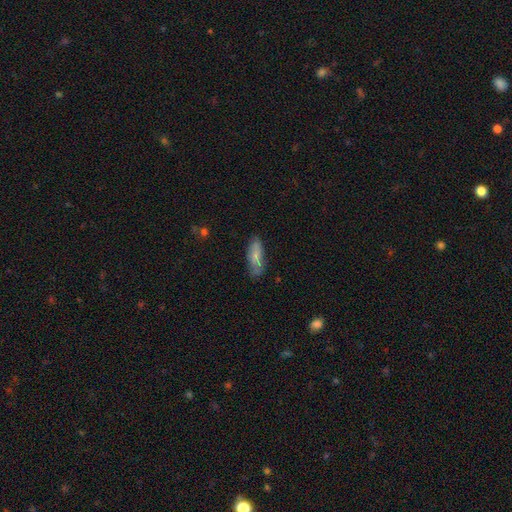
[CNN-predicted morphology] Smooth or featured: smooth — 72% (featured or disk — 21%)
How rounded: in between — 66% (cigar-shaped — 32%)
Merging: none — 65% (minor disturbance — 26%)